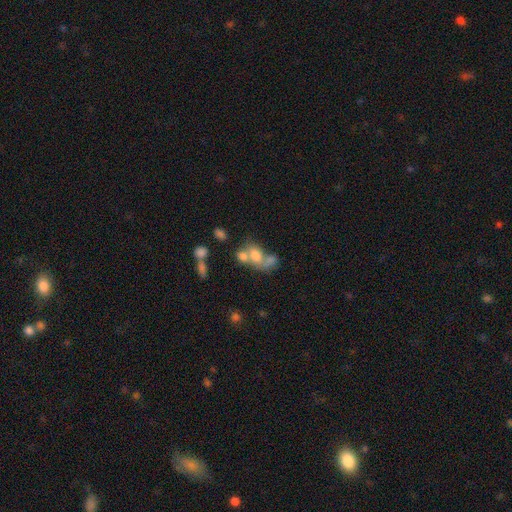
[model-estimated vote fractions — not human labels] Smooth or featured? smooth (63%)
How rounded? in between (65%)
Merging? merger (61%)